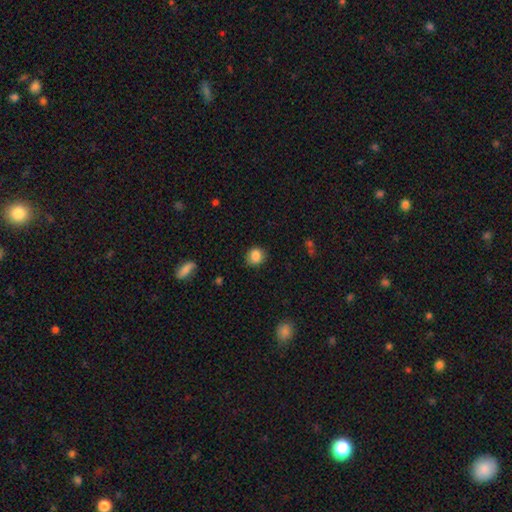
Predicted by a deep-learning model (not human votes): The model was most divided on "how rounded": round: 74%, in between: 25%, cigar-shaped: 1%. More confident: smooth or featured — smooth (86%); merging — none (80%).